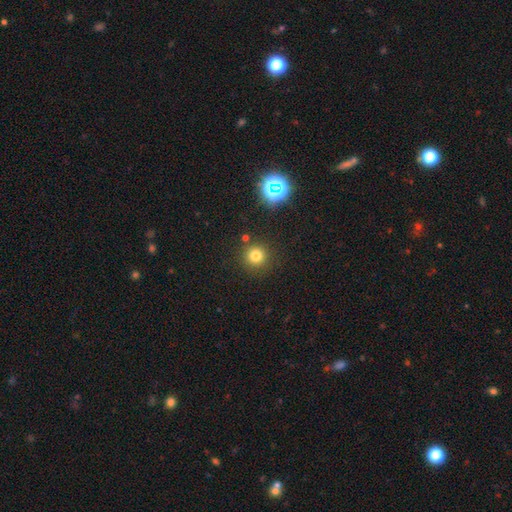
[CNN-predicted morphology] Smooth or featured? Predicted: smooth (p=0.76). How rounded? Predicted: round (p=0.94). Merging? Predicted: none (p=0.86).